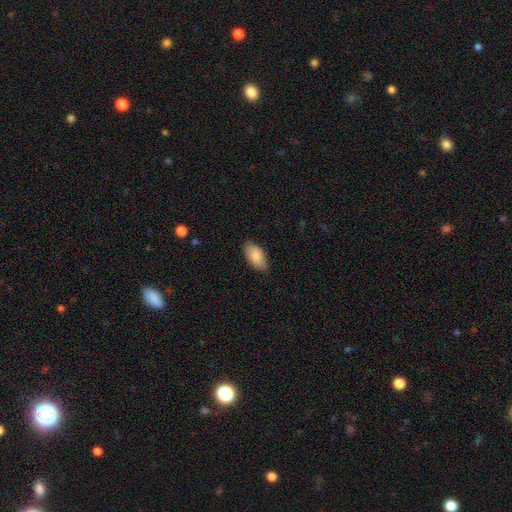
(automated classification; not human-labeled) Q: Smooth or featured?
A: smooth (87%); runner-up: featured or disk (7%)
Q: How rounded?
A: in between (93%); runner-up: cigar-shaped (4%)
Q: Merging?
A: none (85%); runner-up: minor disturbance (12%)